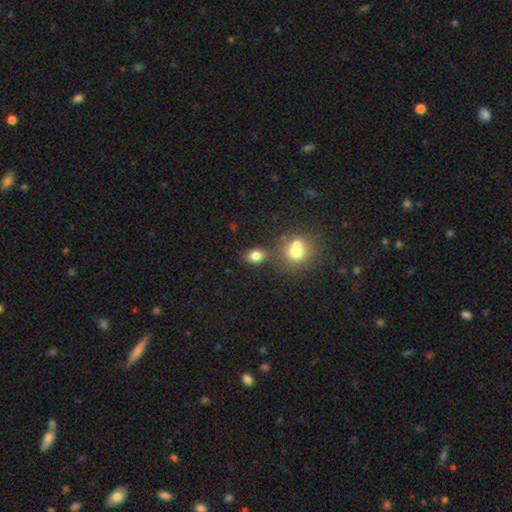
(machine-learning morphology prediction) Smooth or featured? smooth (80%)
How rounded? in between (63%)
Merging? none (70%)